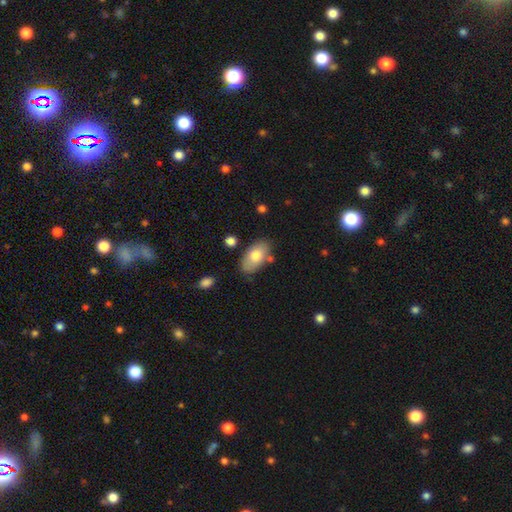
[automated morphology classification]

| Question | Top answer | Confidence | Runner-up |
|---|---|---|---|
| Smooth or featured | smooth | 77% | featured or disk (17%) |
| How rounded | in between | 93% | round (5%) |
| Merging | none | 75% | minor disturbance (16%) |